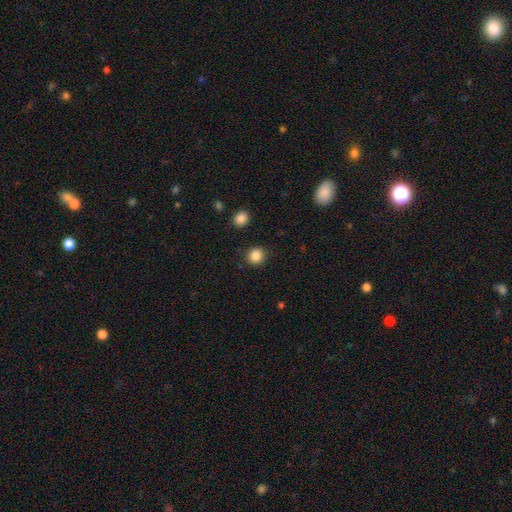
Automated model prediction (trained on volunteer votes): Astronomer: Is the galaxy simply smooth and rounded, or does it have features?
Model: smooth — 86%.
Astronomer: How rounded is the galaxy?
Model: round — 89%.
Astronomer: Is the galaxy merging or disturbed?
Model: none — 90%.